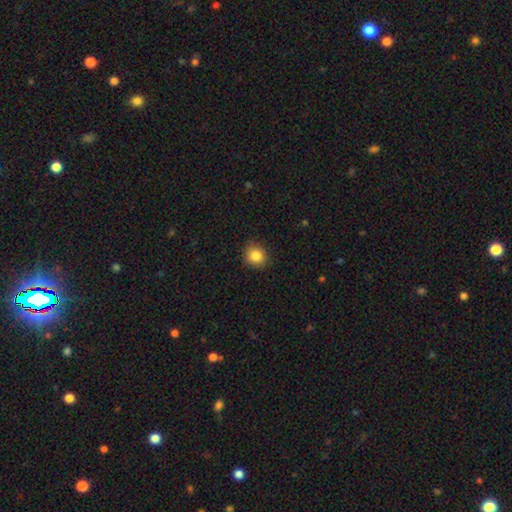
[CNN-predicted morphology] Overall: smooth (85%). How rounded: round (84%). Merging: none (85%).